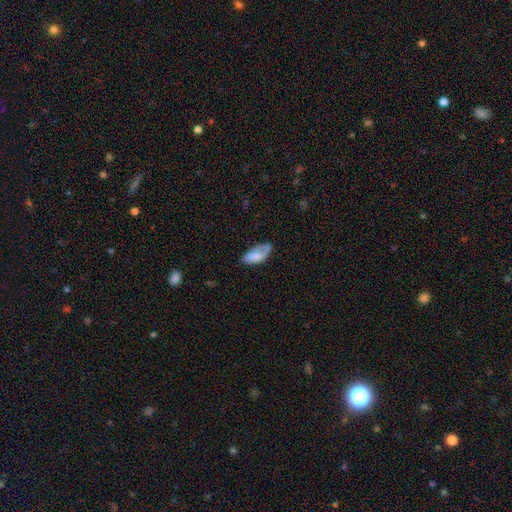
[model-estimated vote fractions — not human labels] smooth-or-featured: smooth: 68% | featured or disk: 24% | star or artifact: 8%
  how-rounded: in between: 89% | cigar-shaped: 8% | round: 2%
  merging: none: 44% | minor disturbance: 33% | major disturbance: 19% | merger: 4%